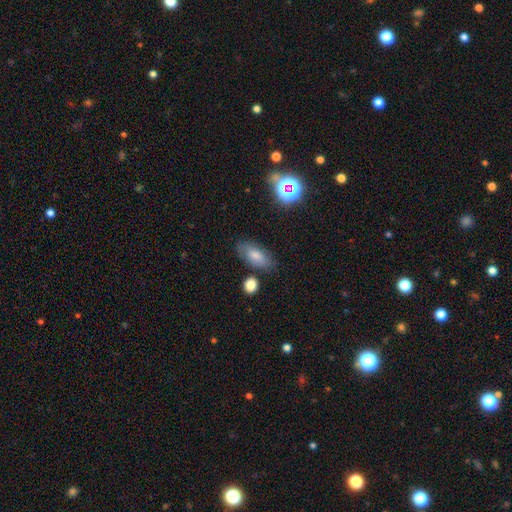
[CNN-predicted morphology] Smooth or featured? Predicted: smooth (p=0.75). How rounded? Predicted: in between (p=0.87). Merging? Predicted: none (p=0.73).